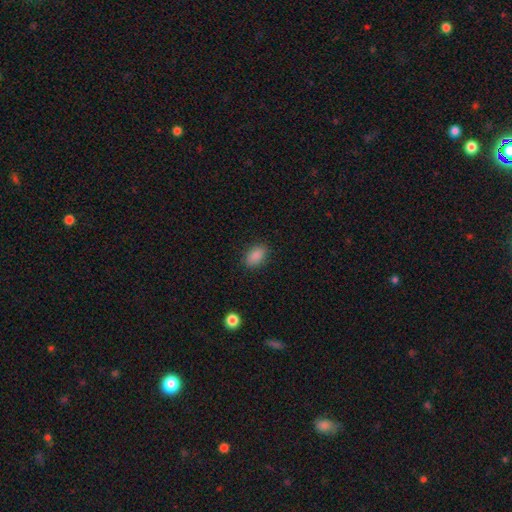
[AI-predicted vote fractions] Overall: smooth (87%). How rounded: in between (88%). Merging: none (86%).